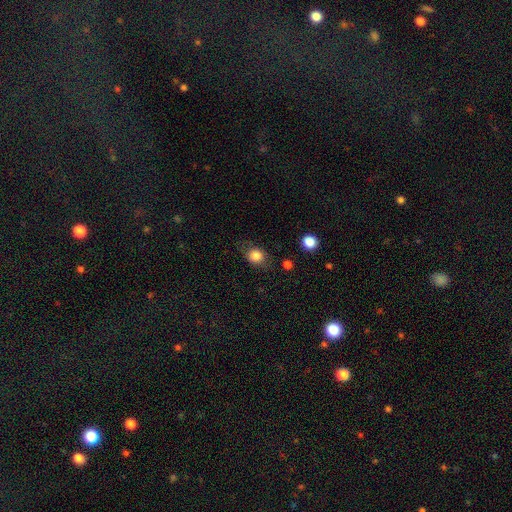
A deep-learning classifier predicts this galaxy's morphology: Q: Smooth or featured?
A: smooth (82%); runner-up: featured or disk (9%)
Q: How rounded?
A: round (62%); runner-up: in between (37%)
Q: Merging?
A: none (71%); runner-up: minor disturbance (19%)